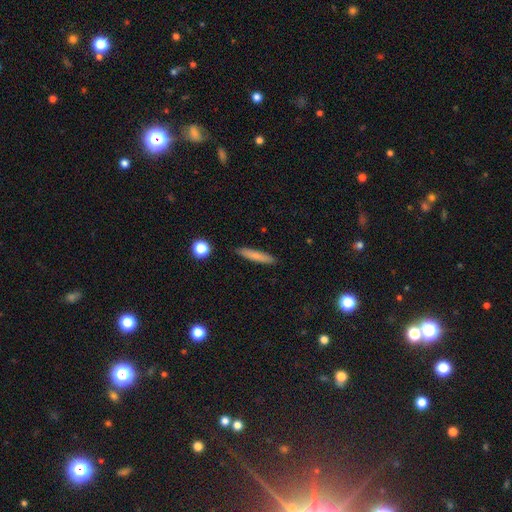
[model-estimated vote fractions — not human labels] A smooth galaxy with no disk features (77%) that is cigar-shaped (90%). Merging: none (89%).